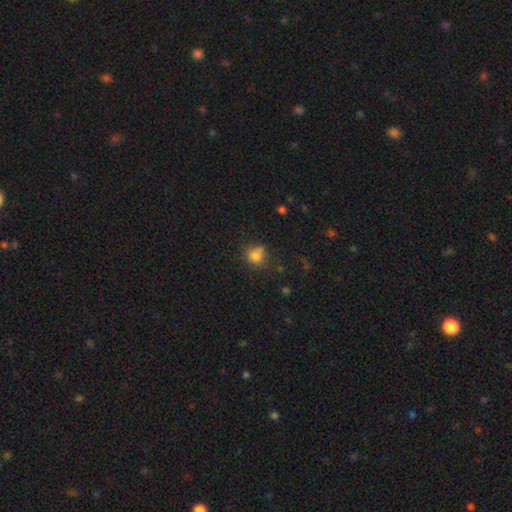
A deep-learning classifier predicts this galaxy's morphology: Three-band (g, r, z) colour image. It shows a smooth galaxy with no disk features (78%) that is round (82%). Merging: none (58%).